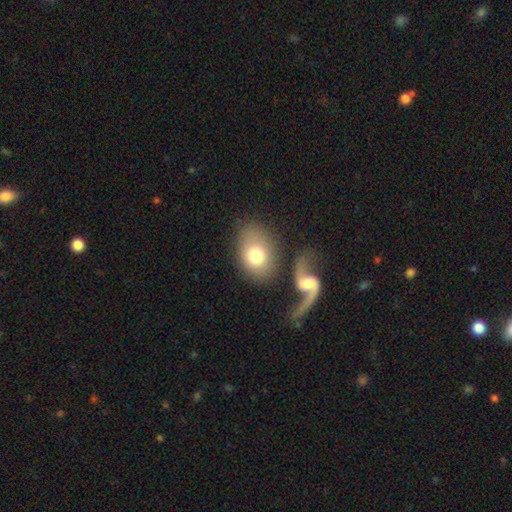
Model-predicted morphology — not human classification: This is likely a smooth galaxy (71%). How rounded: likely in between (77%). Merging: likely none (61%).